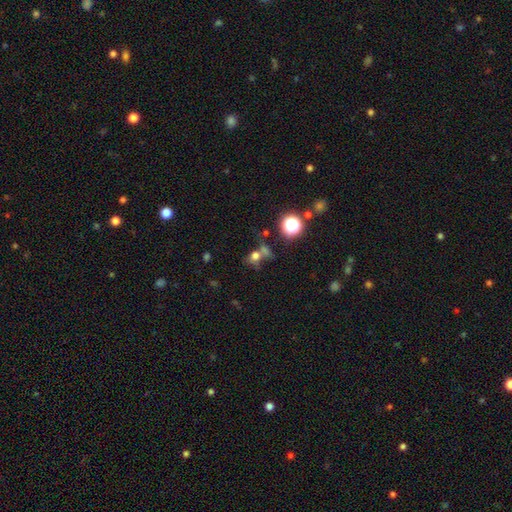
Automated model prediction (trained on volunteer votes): This appears to be a smooth galaxy with no disk features (62%) that is round (62%). Merging: none (44%).